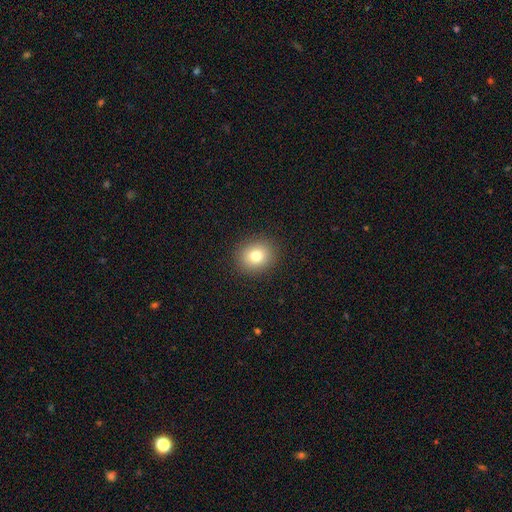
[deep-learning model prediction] This appears to be a smooth galaxy with no disk features (79%) that is round (71%). Merging: none (90%).